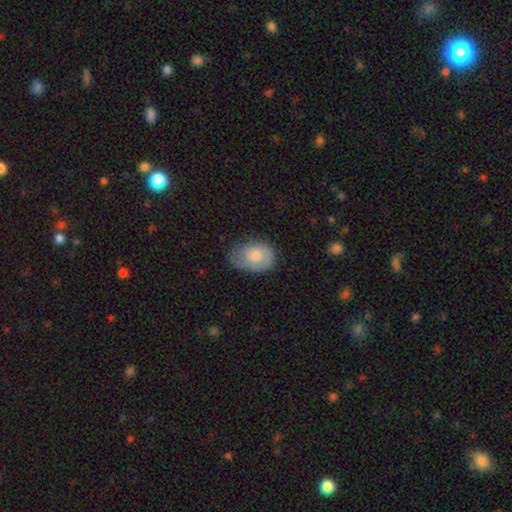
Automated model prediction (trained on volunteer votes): smooth_or_featured: smooth (p=0.72) [alt: featured or disk p=0.21]
how_rounded: in between (p=0.76) [alt: round p=0.23]
merging: none (p=0.57) [alt: minor disturbance p=0.31]